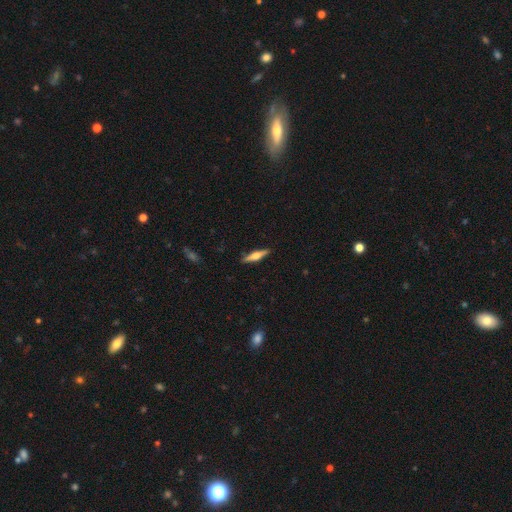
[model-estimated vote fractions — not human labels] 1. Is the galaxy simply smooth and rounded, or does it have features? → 55% featured or disk, 39% smooth, 6% star or artifact.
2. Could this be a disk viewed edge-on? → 96% yes, 4% no.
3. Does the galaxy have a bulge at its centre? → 86% rounded, 10% boxy, 4% none.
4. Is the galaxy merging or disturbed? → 90% none, 8% minor disturbance, 2% major disturbance, 1% merger.